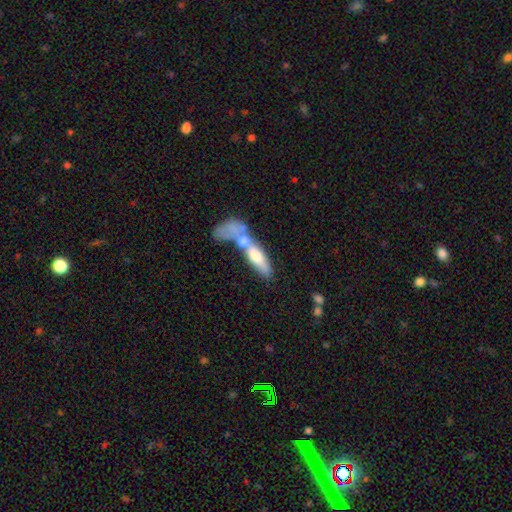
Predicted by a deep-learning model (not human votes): Smooth or featured?
  - smooth: 54% *
  - featured or disk: 39%
  - star or artifact: 7%
How rounded?
  - cigar-shaped: 50% *
  - in between: 46%
  - round: 4%
Merging?
  - merger: 58% *
  - none: 19%
  - major disturbance: 13%
  - minor disturbance: 10%